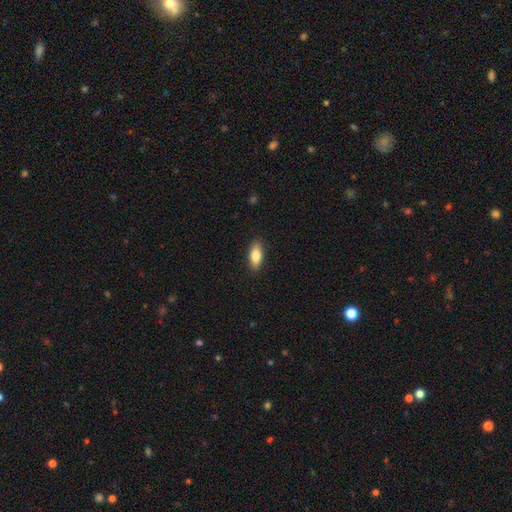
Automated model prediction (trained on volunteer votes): smooth-or-featured: smooth: 83% | featured or disk: 11% | star or artifact: 6%
  how-rounded: in between: 81% | cigar-shaped: 16% | round: 3%
  merging: none: 88% | minor disturbance: 9% | major disturbance: 2% | merger: 1%